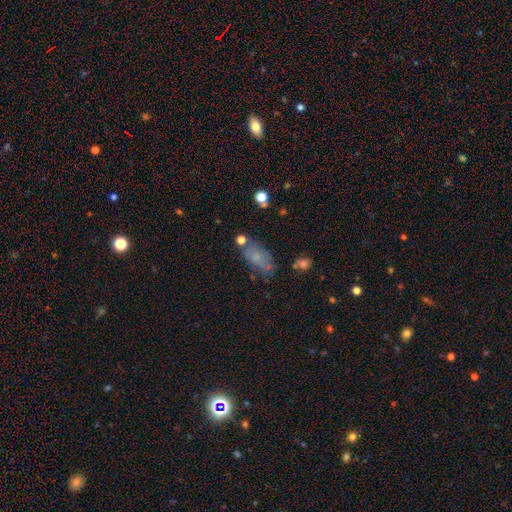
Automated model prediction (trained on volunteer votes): The model was most divided on "merging": none: 57%, minor disturbance: 23%, major disturbance: 10%, merger: 9%. More confident: how rounded — in between (85%); smooth or featured — smooth (64%).